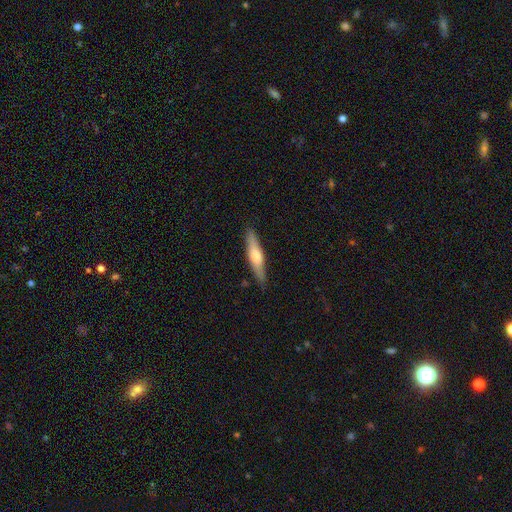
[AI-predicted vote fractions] Smooth or featured: smooth — 49% (featured or disk — 45%)
Merging: none — 87% (minor disturbance — 10%)